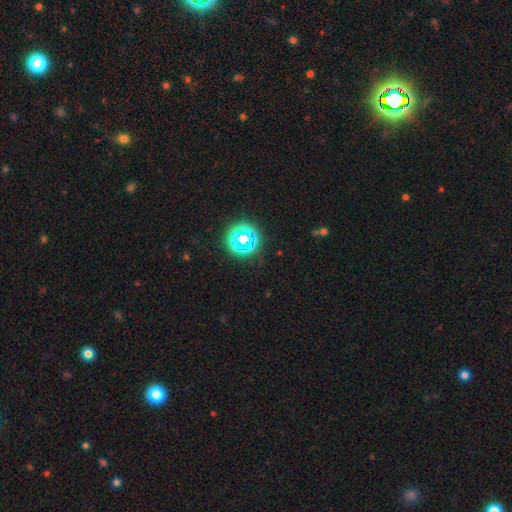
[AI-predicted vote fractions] Smooth or featured? Predicted: star or artifact (p=0.69).